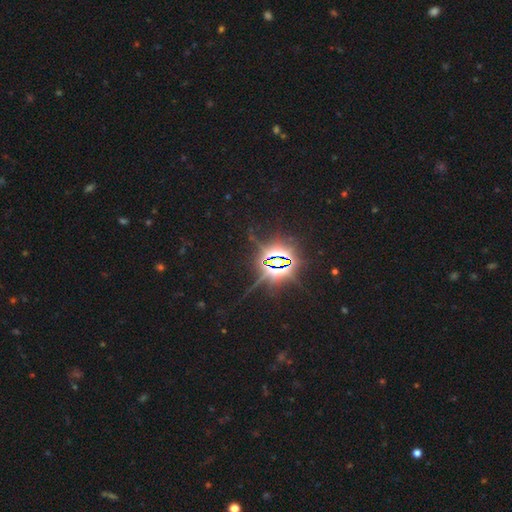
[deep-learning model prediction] Q: Smooth or featured?
A: star or artifact (86%); runner-up: smooth (8%)